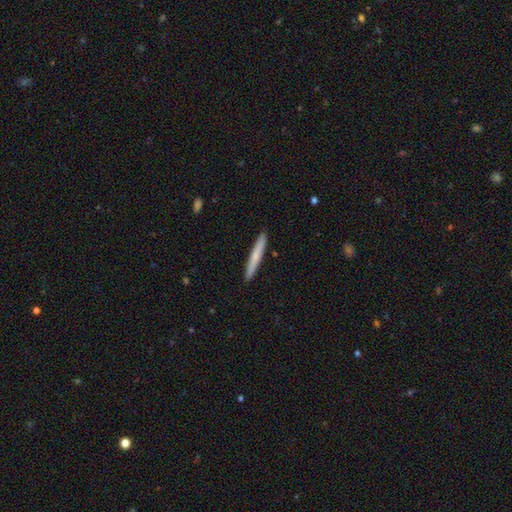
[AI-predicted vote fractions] smooth-or-featured: smooth: 66% | featured or disk: 28% | star or artifact: 5%
  how-rounded: cigar-shaped: 96% | in between: 3% | round: 1%
  merging: none: 92% | minor disturbance: 6% | major disturbance: 1% | merger: 1%